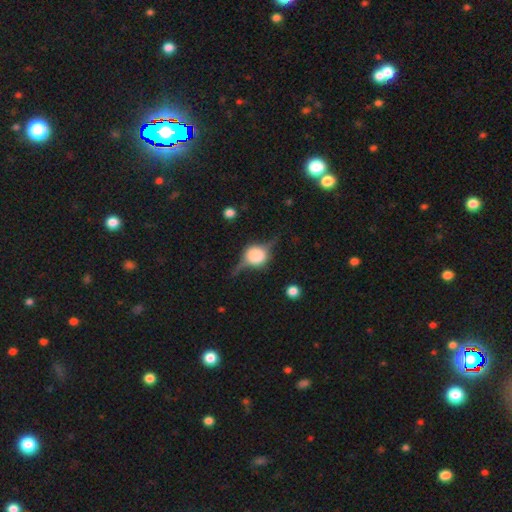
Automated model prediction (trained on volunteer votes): Smooth or featured?
  - featured or disk: 68% *
  - smooth: 23%
  - star or artifact: 9%
Edge-on disk?
  - yes: 94% *
  - no: 6%
Edge-on bulge?
  - rounded: 86% *
  - boxy: 12%
  - none: 1%
Merging?
  - none: 67% *
  - minor disturbance: 20%
  - major disturbance: 10%
  - merger: 3%